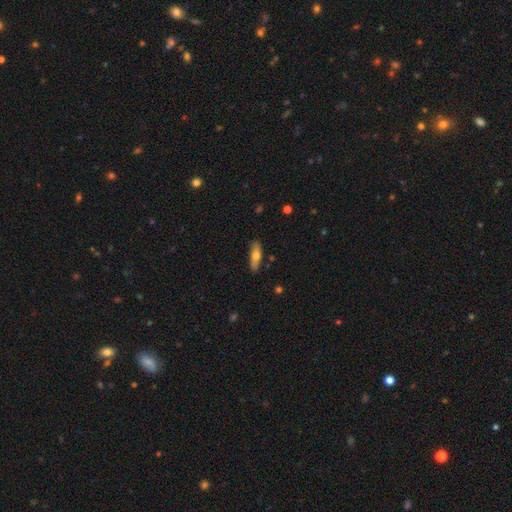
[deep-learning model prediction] Smooth or featured?
  - smooth: 67% *
  - featured or disk: 27%
  - star or artifact: 6%
How rounded?
  - cigar-shaped: 52% *
  - in between: 46%
  - round: 2%
Merging?
  - none: 84% *
  - minor disturbance: 13%
  - major disturbance: 2%
  - merger: 2%